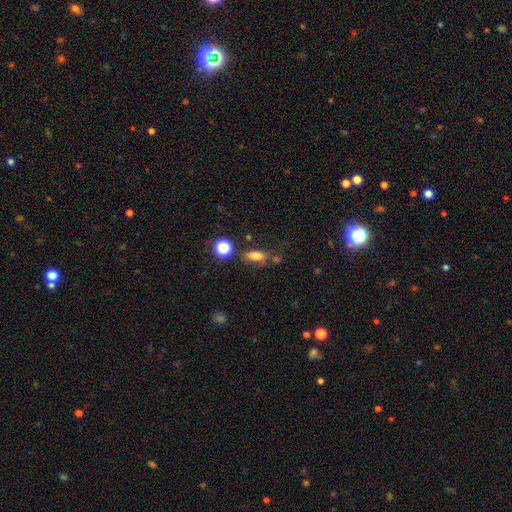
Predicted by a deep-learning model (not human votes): This appears to be a smooth galaxy with no disk features (72%) that is in between round and cigar-shaped (69%). Merging: none (63%).